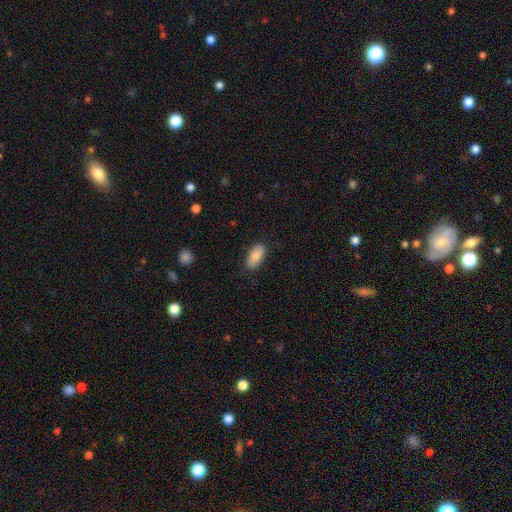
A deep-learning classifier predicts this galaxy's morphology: Smooth or featured: smooth — 86% (featured or disk — 8%)
How rounded: in between — 89% (cigar-shaped — 9%)
Merging: none — 86% (minor disturbance — 11%)